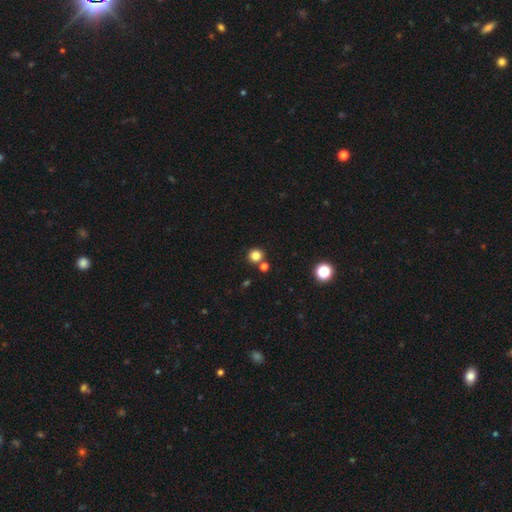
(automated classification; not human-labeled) Morphology: type=smooth (81%); roundness=round (92%); merging=none (75%).